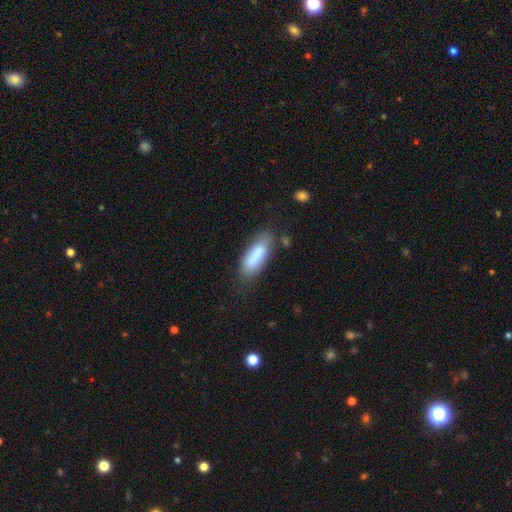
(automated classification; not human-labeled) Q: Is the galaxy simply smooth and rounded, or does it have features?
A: smooth — 82%.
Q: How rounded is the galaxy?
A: in between — 66%.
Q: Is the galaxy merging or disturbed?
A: none — 68%.